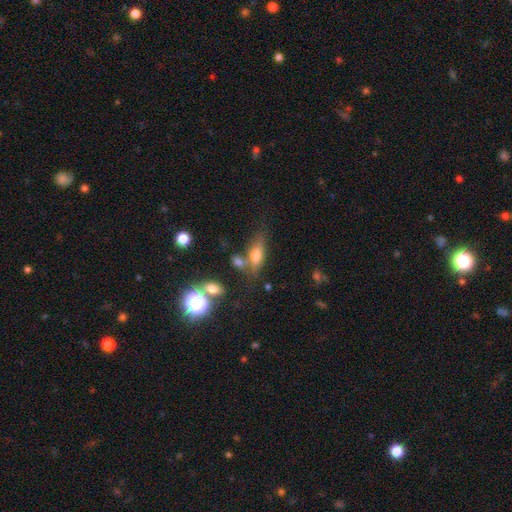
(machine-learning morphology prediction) A smooth galaxy with no disk features (63%) that is in between round and cigar-shaped (65%). Merging: none (54%).